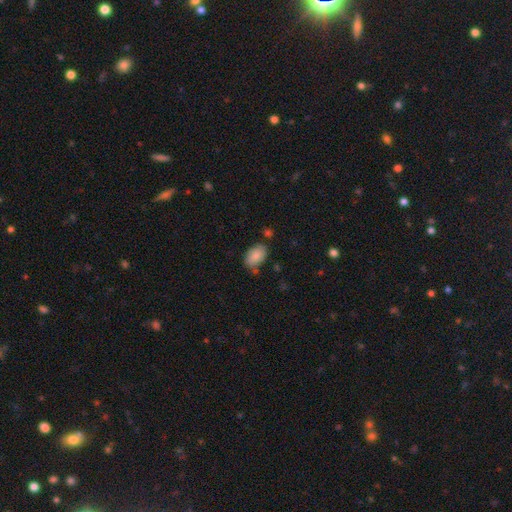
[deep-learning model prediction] Smooth or featured? Predicted: smooth (p=0.88). How rounded? Predicted: in between (p=0.92). Merging? Predicted: none (p=0.74).